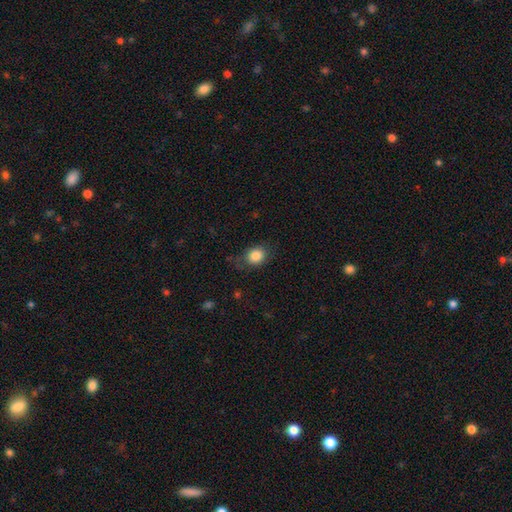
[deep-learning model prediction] Smooth or featured? smooth (84%)
How rounded? round (54%)
Merging? none (71%)